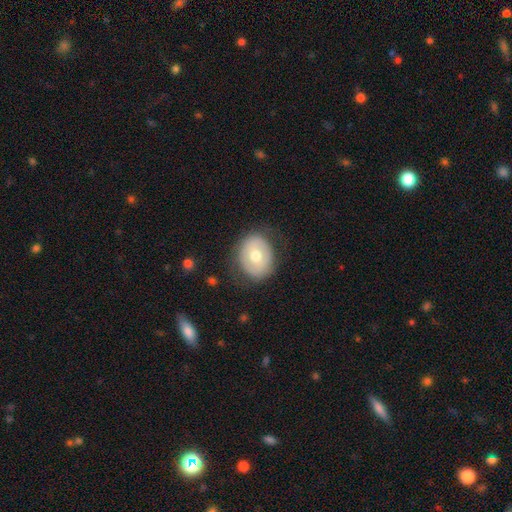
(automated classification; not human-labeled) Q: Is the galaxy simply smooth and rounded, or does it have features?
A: smooth — 55%.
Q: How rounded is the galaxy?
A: round — 56%.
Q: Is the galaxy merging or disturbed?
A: none — 78%.